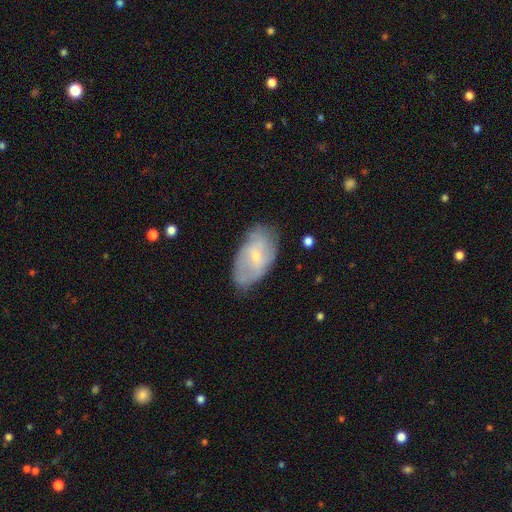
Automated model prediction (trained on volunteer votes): Smooth or featured? featured or disk (51%)
Edge-on disk? no (93%)
Merging? none (67%)